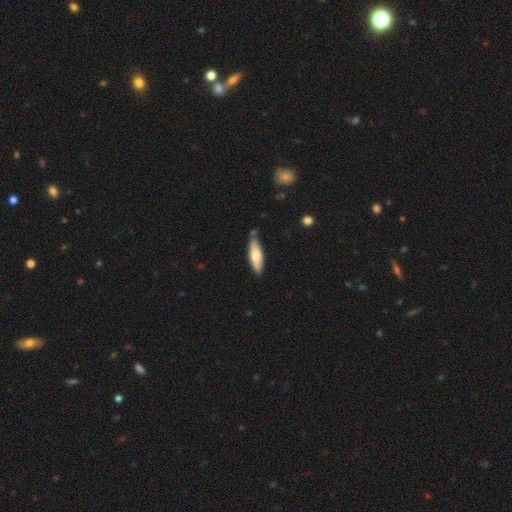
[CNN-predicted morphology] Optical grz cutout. It shows a smooth galaxy with no disk features (69%) that is cigar-shaped (54%). Merging: none (79%).